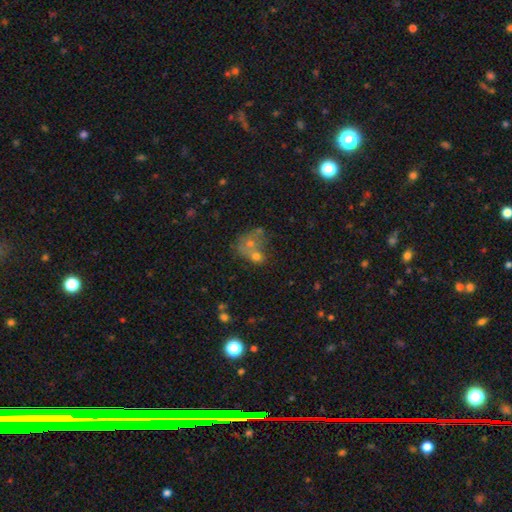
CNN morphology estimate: Q: Smooth or featured?
A: smooth (55%); runner-up: featured or disk (26%)
Q: How rounded?
A: round (60%); runner-up: in between (39%)
Q: Merging?
A: merger (60%); runner-up: none (23%)